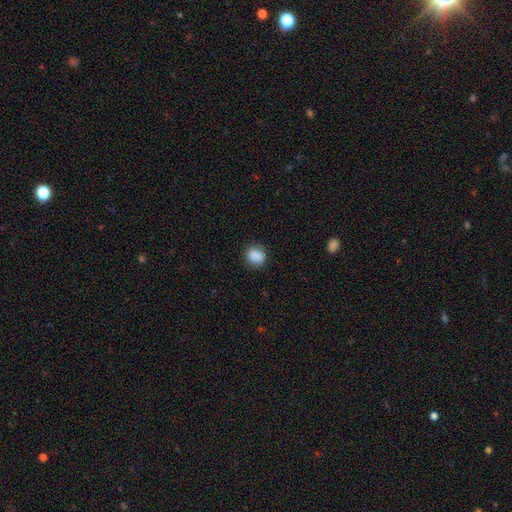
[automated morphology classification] type=smooth (88%); roundness=round (60%); merging=none (83%).